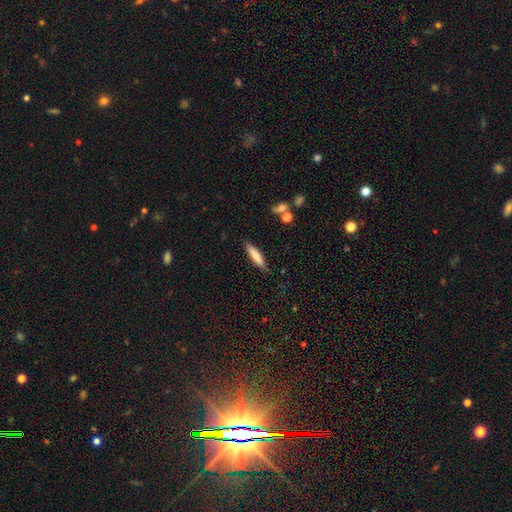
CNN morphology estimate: Smooth or featured? Predicted: smooth (p=0.75). How rounded? Predicted: cigar-shaped (p=0.83). Merging? Predicted: none (p=0.84).